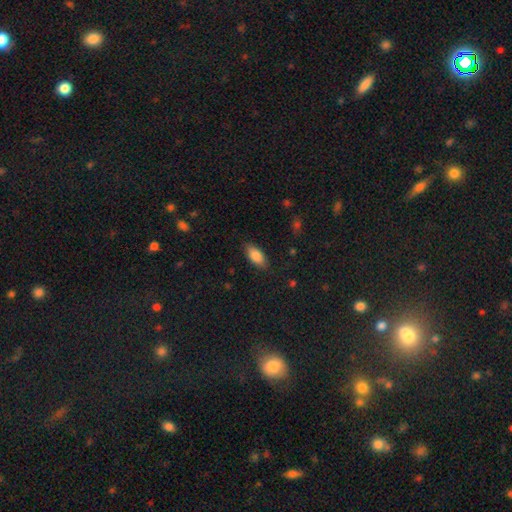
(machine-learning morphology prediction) smooth 85%, featured or disk 8%, star or artifact 7%. Down the decision tree: how rounded — in between (87%); merging — none (85%).